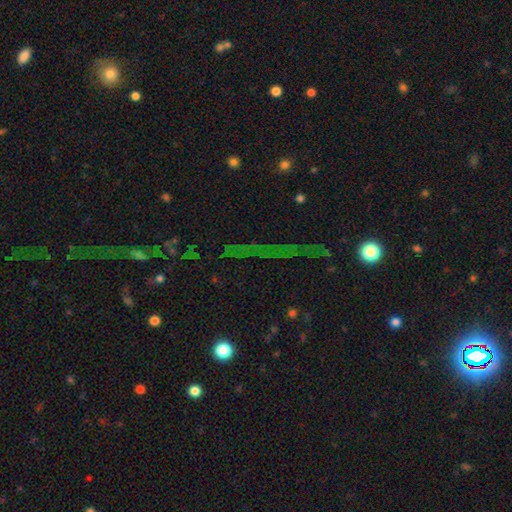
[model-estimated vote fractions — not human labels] Overall: star or artifact (69%).